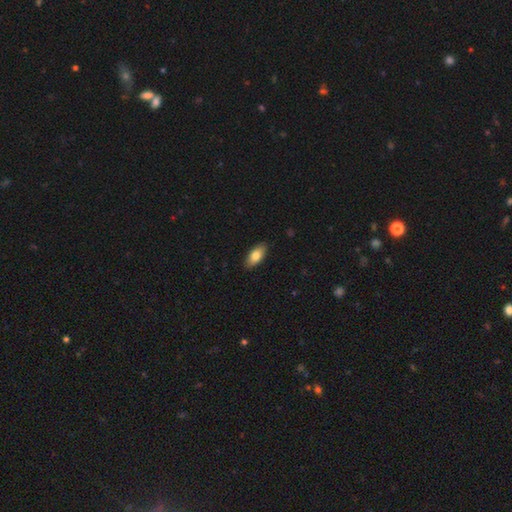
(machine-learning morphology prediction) This is clearly a smooth galaxy (81%). How rounded: clearly in between (88%). Merging: clearly none (89%).